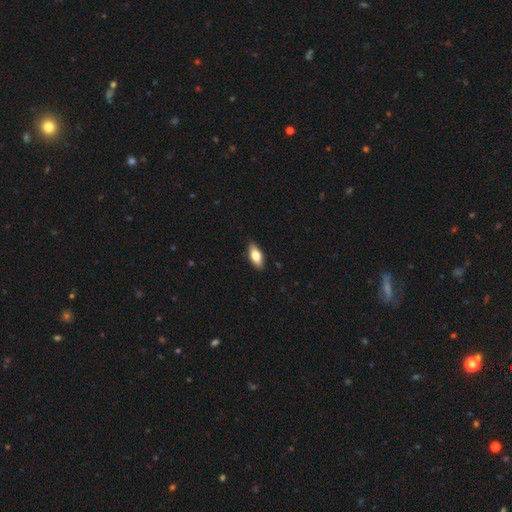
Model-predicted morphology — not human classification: Q: Smooth or featured?
A: smooth (75%); runner-up: featured or disk (18%)
Q: How rounded?
A: in between (85%); runner-up: cigar-shaped (12%)
Q: Merging?
A: none (89%); runner-up: minor disturbance (8%)